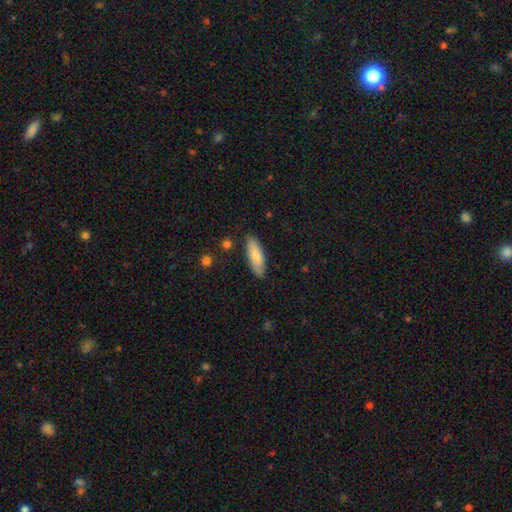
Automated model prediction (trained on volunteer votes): smooth 80%, featured or disk 15%, star or artifact 6%. Down the decision tree: how rounded — in between (60%); merging — none (85%).